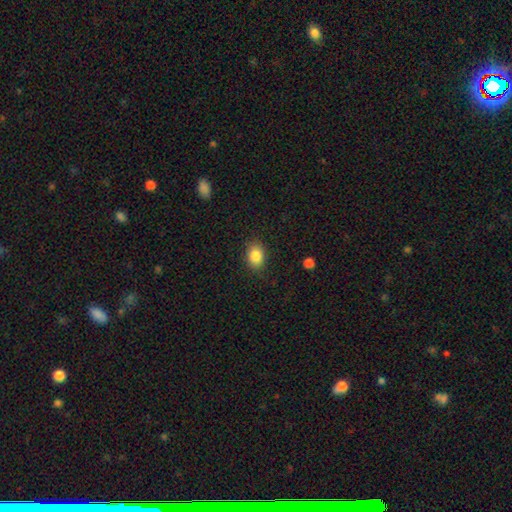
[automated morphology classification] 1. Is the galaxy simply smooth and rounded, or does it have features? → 85% smooth, 9% star or artifact, 6% featured or disk.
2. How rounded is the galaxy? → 75% in between, 24% round, 1% cigar-shaped.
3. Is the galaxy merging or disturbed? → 87% none, 10% minor disturbance, 3% major disturbance, 1% merger.